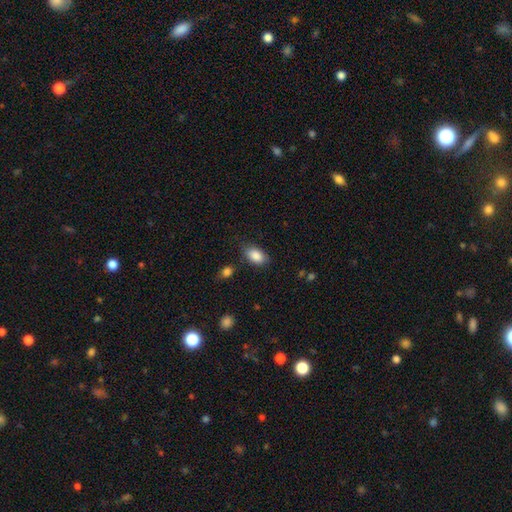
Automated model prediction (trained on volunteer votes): This appears to be a smooth galaxy with no disk features (87%) that is in between round and cigar-shaped (90%). Merging: none (75%).